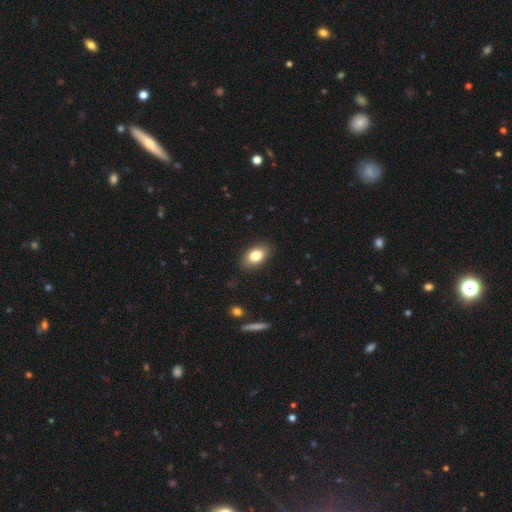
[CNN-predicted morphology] A smooth galaxy with no disk features (81%) that is in between round and cigar-shaped (88%).

Vote fractions:
- Smooth or featured? smooth: 81% / featured or disk: 11% / star or artifact: 8%
- How rounded? in between: 88% / round: 10% / cigar-shaped: 2%
- Merging? none: 87% / minor disturbance: 10% / major disturbance: 2% / merger: 1%